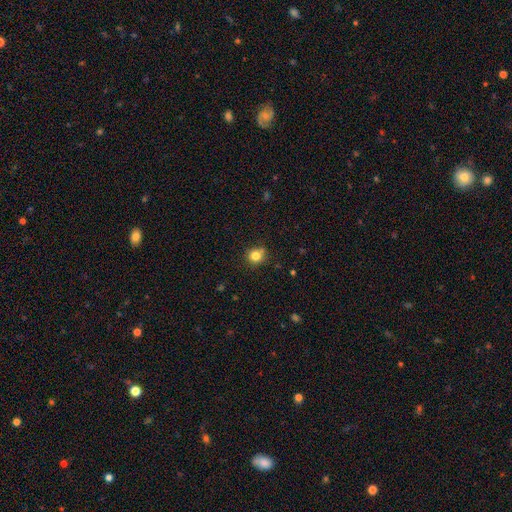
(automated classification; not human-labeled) smooth 80%, star or artifact 13%, featured or disk 7%. Down the decision tree: how rounded — round (84%); merging — none (75%).